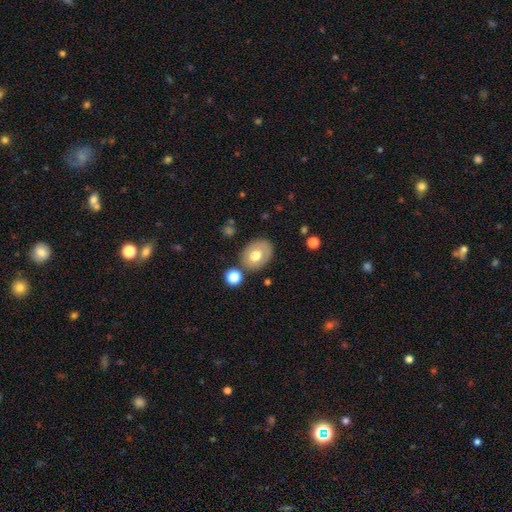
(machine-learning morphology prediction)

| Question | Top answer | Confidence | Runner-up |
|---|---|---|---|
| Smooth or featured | smooth | 64% | featured or disk (28%) |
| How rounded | in between | 68% | round (31%) |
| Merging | none | 75% | minor disturbance (14%) |